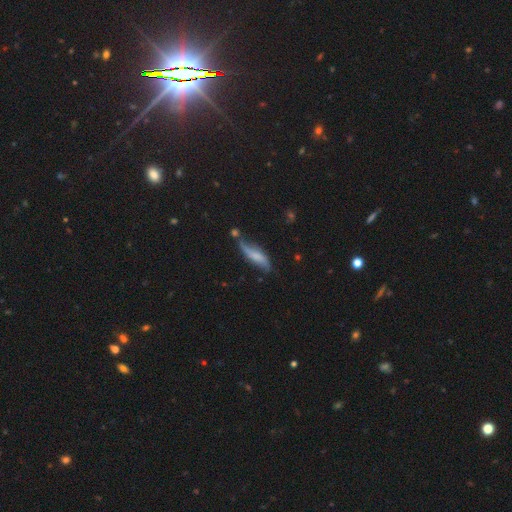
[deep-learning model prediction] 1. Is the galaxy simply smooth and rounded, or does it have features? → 47% smooth, 46% featured or disk, 8% star or artifact.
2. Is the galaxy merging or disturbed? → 45% none, 30% minor disturbance, 13% merger, 13% major disturbance.